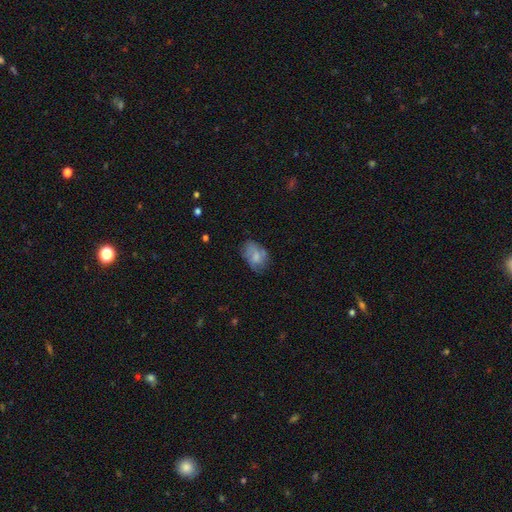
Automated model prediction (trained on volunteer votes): smooth_or_featured: smooth (p=0.64) [alt: featured or disk p=0.28]
how_rounded: in between (p=0.83) [alt: round p=0.15]
merging: none (p=0.53) [alt: minor disturbance p=0.30]